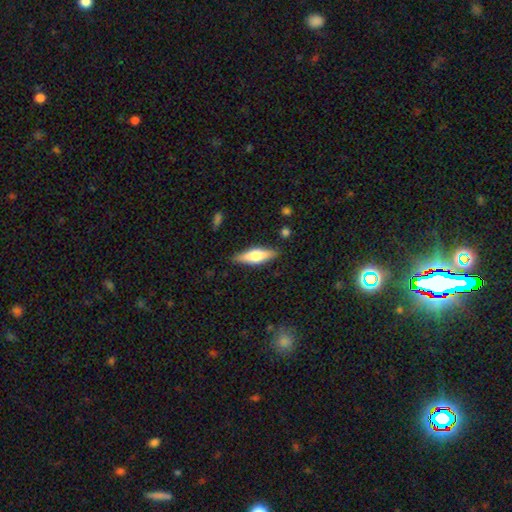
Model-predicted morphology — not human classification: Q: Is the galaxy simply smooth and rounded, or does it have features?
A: smooth — 53%.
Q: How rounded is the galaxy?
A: in between — 49%.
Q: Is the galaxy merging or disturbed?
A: none — 86%.